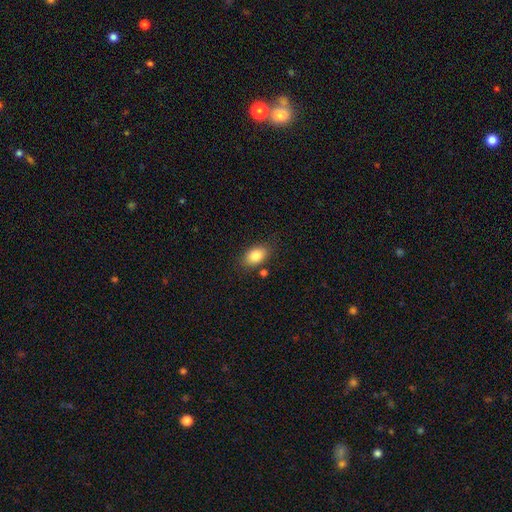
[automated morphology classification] smooth 84%, featured or disk 8%, star or artifact 8%. Down the decision tree: how rounded — in between (87%); merging — none (79%).